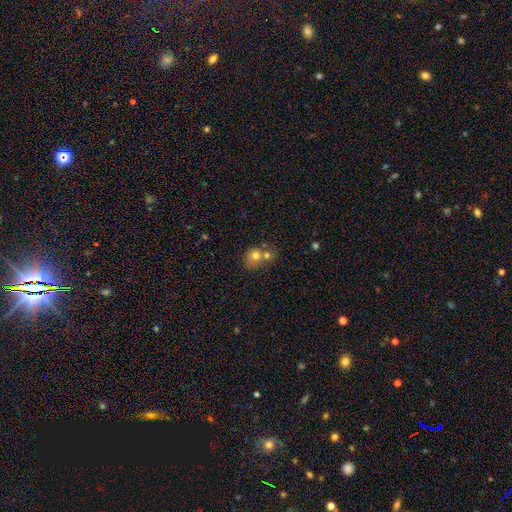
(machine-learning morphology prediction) Smooth or featured? Predicted: smooth (p=0.72). How rounded? Predicted: round (p=0.66). Merging? Predicted: merger (p=0.56).